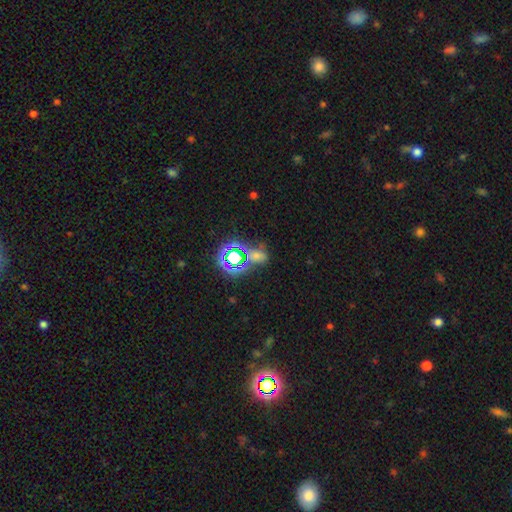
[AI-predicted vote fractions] This is likely a star or artifact rather than a galaxy (64%).